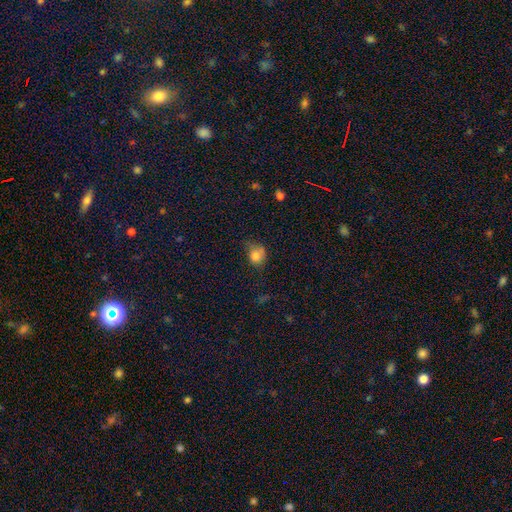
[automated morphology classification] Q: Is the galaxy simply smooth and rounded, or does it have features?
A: smooth — 79%.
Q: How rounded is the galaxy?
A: round — 62%.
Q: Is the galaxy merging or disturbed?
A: none — 42%.